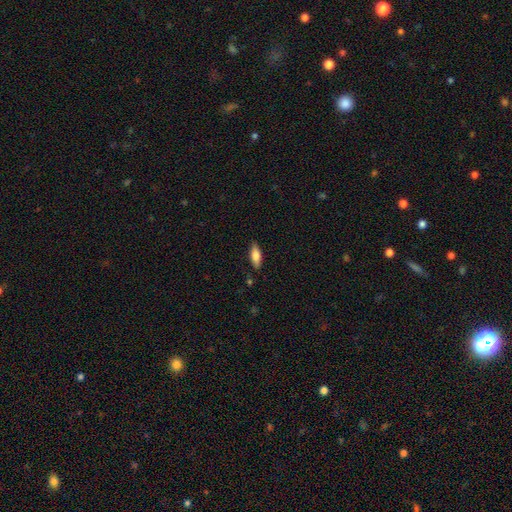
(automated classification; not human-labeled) Overall: smooth (76%). How rounded: in between (69%). Merging: none (85%).